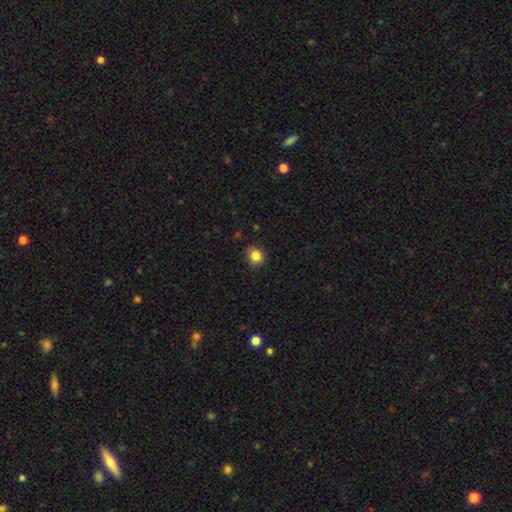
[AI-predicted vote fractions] Smooth or featured? Predicted: smooth (p=0.84). How rounded? Predicted: round (p=0.75). Merging? Predicted: none (p=0.84).